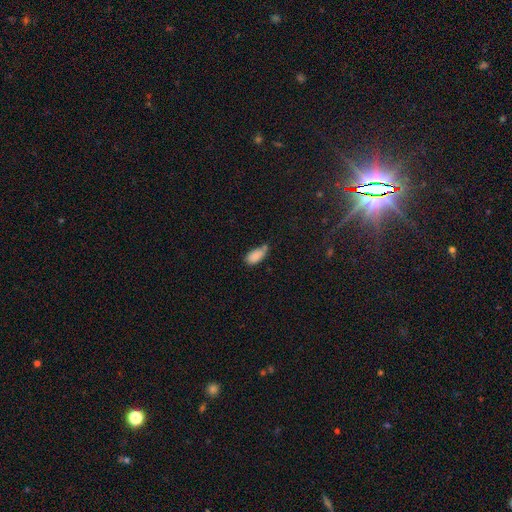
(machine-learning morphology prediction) smooth 84%, star or artifact 8%, featured or disk 7%. Down the decision tree: how rounded — in between (92%); merging — none (46%).